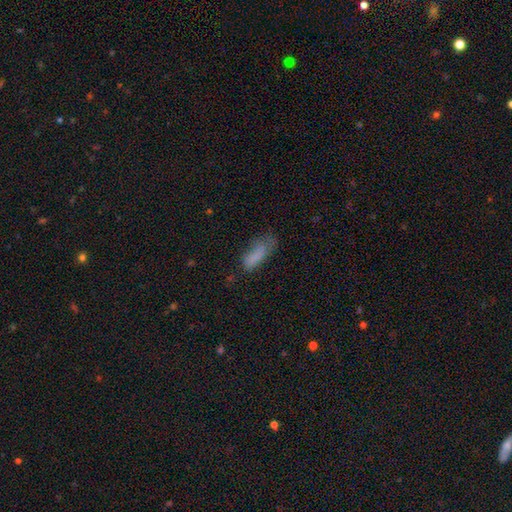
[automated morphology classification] Smooth or featured?
  - smooth: 76% *
  - featured or disk: 13%
  - star or artifact: 11%
How rounded?
  - in between: 65% *
  - cigar-shaped: 33%
  - round: 2%
Merging?
  - none: 41% *
  - minor disturbance: 32%
  - major disturbance: 24%
  - merger: 4%